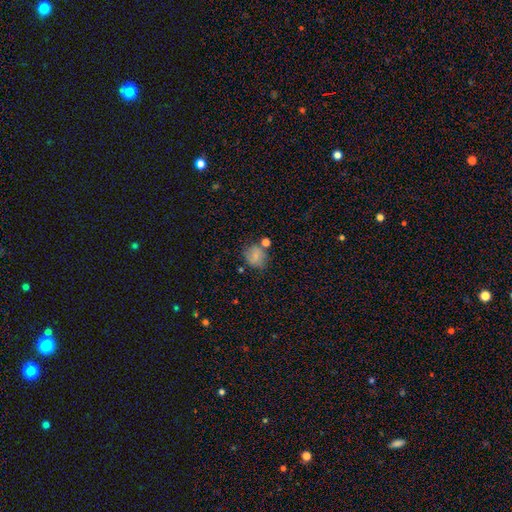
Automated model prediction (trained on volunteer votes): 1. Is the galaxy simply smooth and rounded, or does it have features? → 75% smooth, 13% featured or disk, 12% star or artifact.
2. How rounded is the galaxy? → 73% round, 26% in between, 1% cigar-shaped.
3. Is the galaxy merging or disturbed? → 63% none, 18% minor disturbance, 12% merger, 6% major disturbance.